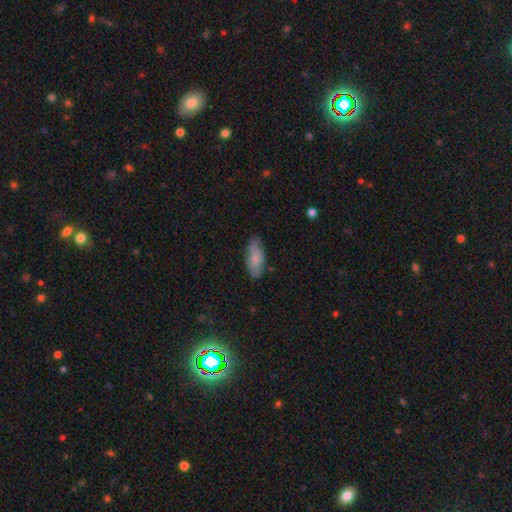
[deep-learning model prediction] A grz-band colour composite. It shows a smooth galaxy with no disk features (76%) that is in between round and cigar-shaped (81%). Merging: none (76%).